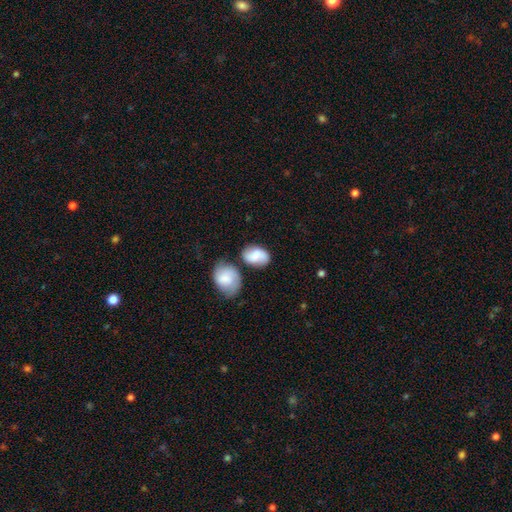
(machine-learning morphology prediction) type=smooth (65%); roundness=in between (78%); merging=none (52%).